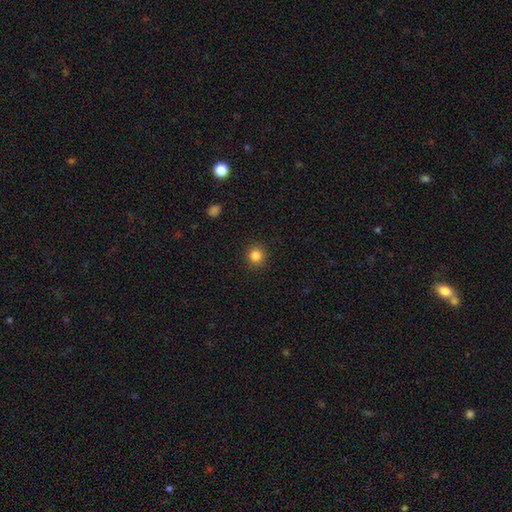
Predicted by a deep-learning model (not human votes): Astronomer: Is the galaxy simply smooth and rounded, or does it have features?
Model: smooth — 84%.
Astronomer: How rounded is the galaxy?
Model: round — 91%.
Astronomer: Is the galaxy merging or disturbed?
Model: none — 92%.